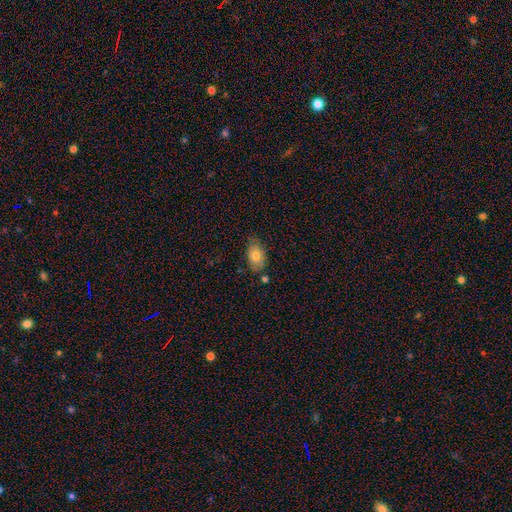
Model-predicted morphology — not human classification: Smooth or featured? smooth (79%)
How rounded? in between (87%)
Merging? none (71%)